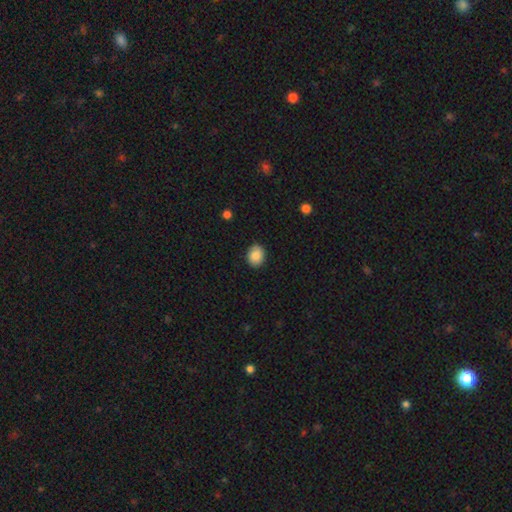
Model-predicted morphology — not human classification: This appears to be a smooth galaxy with no disk features (87%) that is in between round and cigar-shaped (50%). Merging: none (87%).